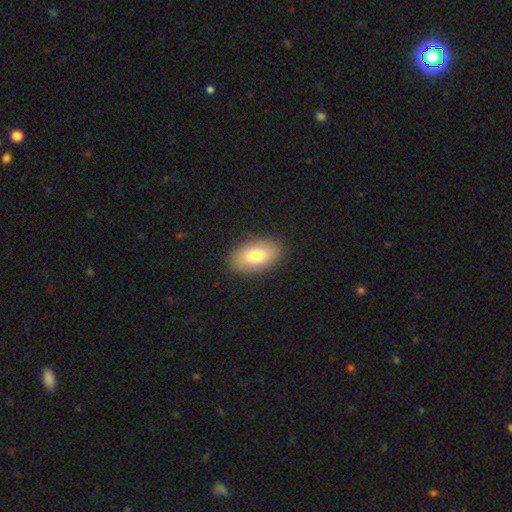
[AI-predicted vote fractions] A smooth galaxy with no disk features (77%) that is in between round and cigar-shaped (92%).

Vote fractions:
- Smooth or featured? smooth: 77% / featured or disk: 16% / star or artifact: 7%
- How rounded? in between: 92% / round: 6% / cigar-shaped: 2%
- Merging? none: 87% / minor disturbance: 9% / major disturbance: 3% / merger: 1%